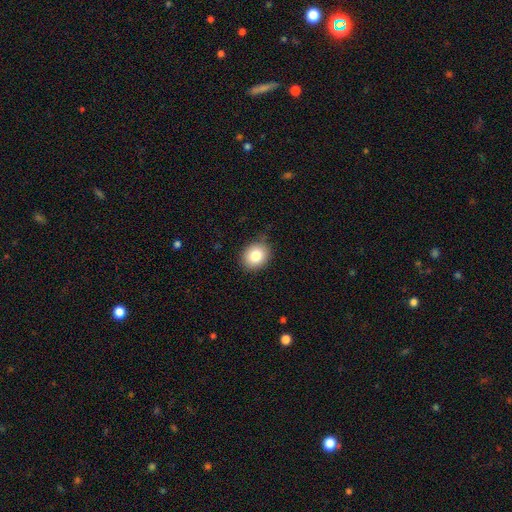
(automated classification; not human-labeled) Smooth or featured? smooth (82%)
How rounded? round (61%)
Merging? none (81%)